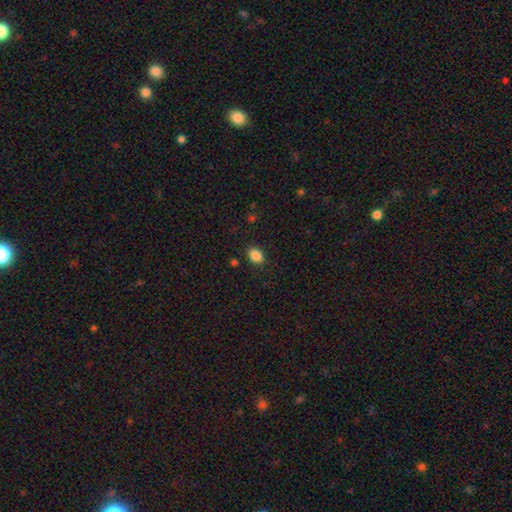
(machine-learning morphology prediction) Smooth or featured: smooth — 86% (star or artifact — 10%)
How rounded: in between — 72% (round — 27%)
Merging: none — 86% (minor disturbance — 10%)